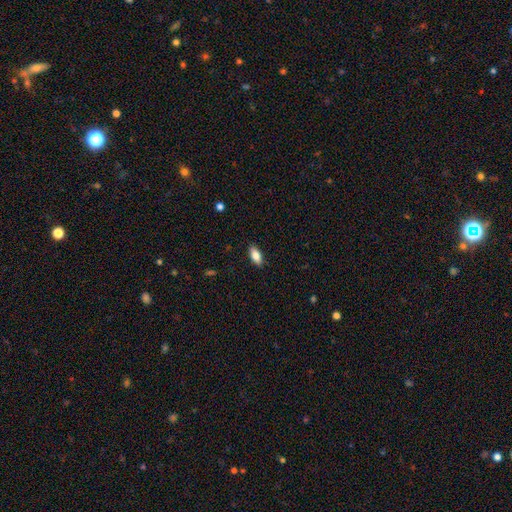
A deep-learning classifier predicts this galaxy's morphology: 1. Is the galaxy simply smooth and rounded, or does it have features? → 84% smooth, 9% featured or disk, 7% star or artifact.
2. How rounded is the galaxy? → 87% in between, 11% cigar-shaped, 3% round.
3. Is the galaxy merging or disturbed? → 88% none, 9% minor disturbance, 2% major disturbance, 1% merger.